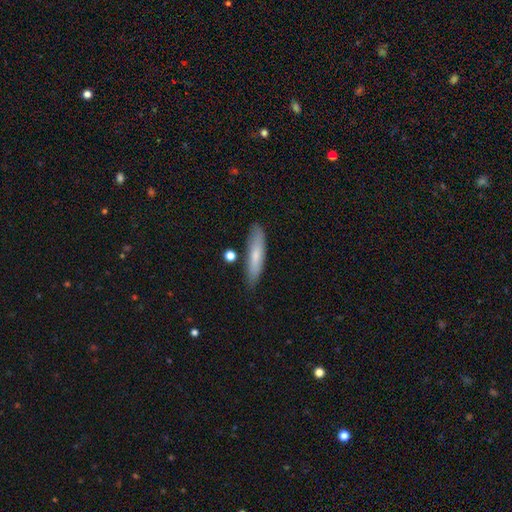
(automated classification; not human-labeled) Morphology: type=smooth (71%); roundness=cigar-shaped (82%); merging=none (81%).